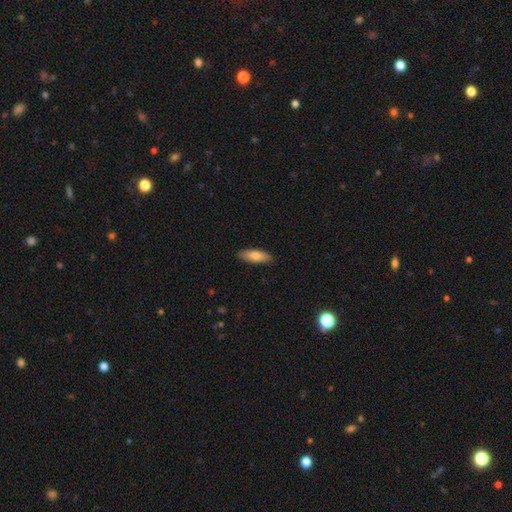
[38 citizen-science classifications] Smooth or featured?
  - smooth: 95% *
  - featured or disk: 3%
  - star or artifact: 3%
How rounded?
  - in between: 69% *
  - cigar-shaped: 28%
  - round: 3%
Merging?
  - none: 95% *
  - major disturbance: 5%
  - minor disturbance: 0%
  - merger: 0%